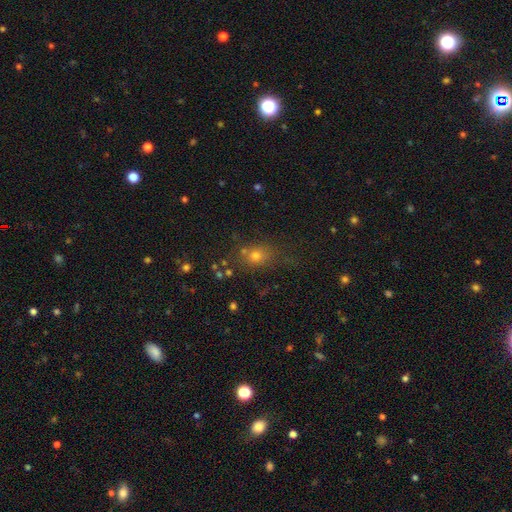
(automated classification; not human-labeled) This appears to be a smooth galaxy with no disk features (65%) that is round (63%). Merging: none (68%).